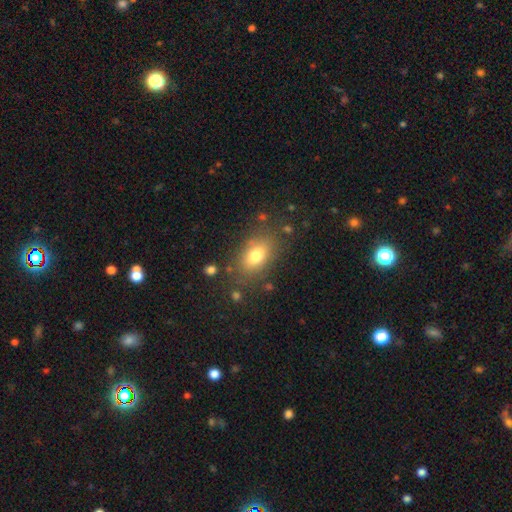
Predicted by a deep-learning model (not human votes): A smooth galaxy with no disk features (78%) that is in between round and cigar-shaped (84%).

Vote fractions:
- Smooth or featured? smooth: 78% / featured or disk: 13% / star or artifact: 10%
- How rounded? in between: 84% / round: 13% / cigar-shaped: 3%
- Merging? none: 78% / minor disturbance: 13% / major disturbance: 6% / merger: 3%